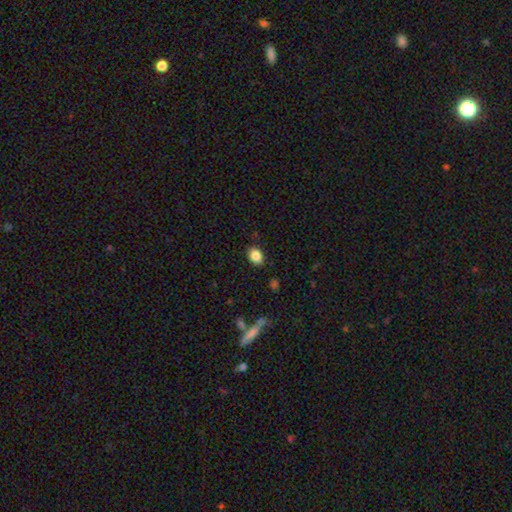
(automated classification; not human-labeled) This appears to be a smooth galaxy with no disk features (86%) that is in between round and cigar-shaped (64%). Merging: none (86%).